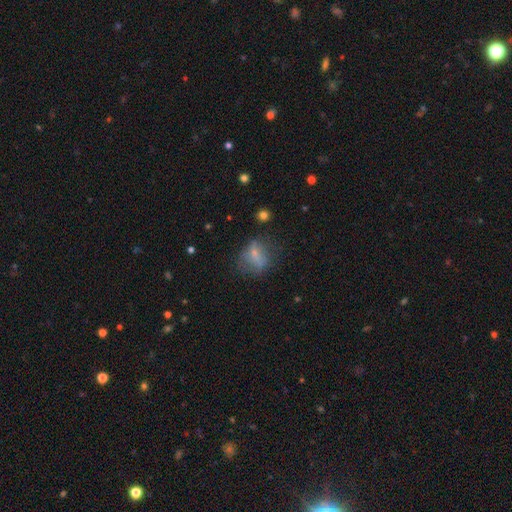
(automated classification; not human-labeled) This appears to be a smooth galaxy with no disk features (56%) that is in between round and cigar-shaped (55%). Merging: none (44%).